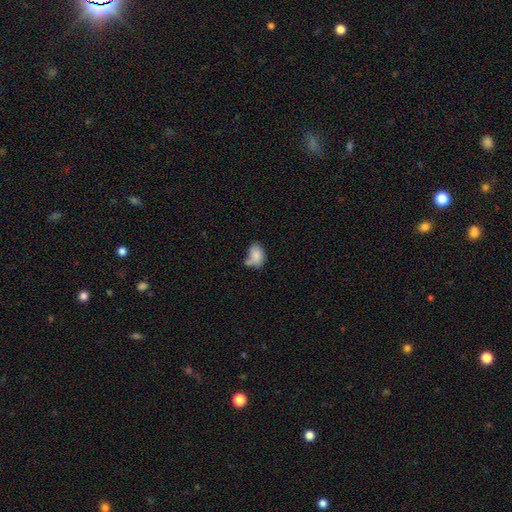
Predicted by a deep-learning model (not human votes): Smooth or featured: smooth — 82% (featured or disk — 10%)
How rounded: in between — 80% (round — 18%)
Merging: none — 38% (minor disturbance — 27%)